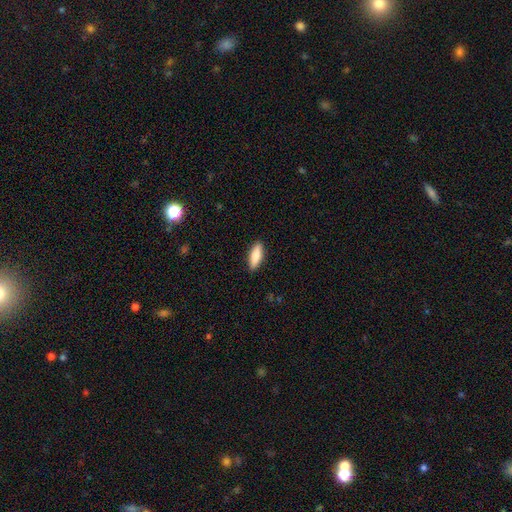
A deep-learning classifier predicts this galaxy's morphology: Smooth or featured?
  - smooth: 82% *
  - featured or disk: 12%
  - star or artifact: 6%
How rounded?
  - in between: 55% *
  - cigar-shaped: 43%
  - round: 2%
Merging?
  - none: 89% *
  - minor disturbance: 8%
  - major disturbance: 2%
  - merger: 1%